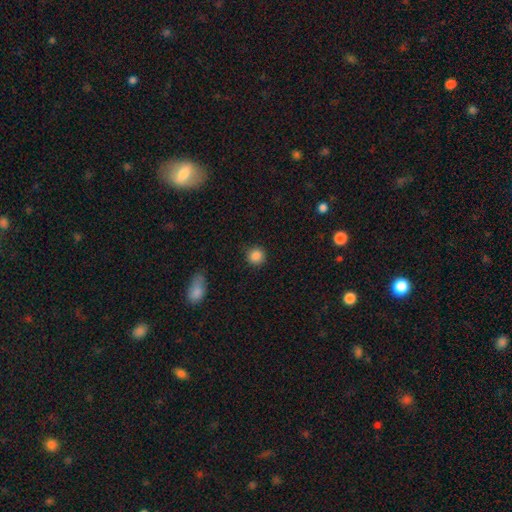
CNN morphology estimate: smooth_or_featured: smooth (p=0.87) [alt: star or artifact p=0.10]
how_rounded: round (p=0.92) [alt: in between p=0.07]
merging: none (p=0.89) [alt: minor disturbance p=0.07]